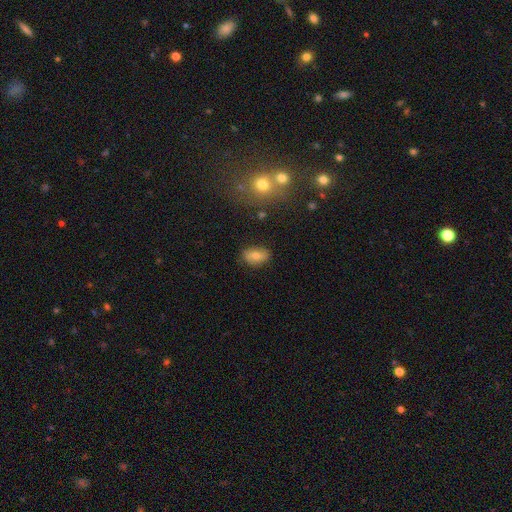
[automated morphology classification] smooth_or_featured: smooth (p=0.68) [alt: featured or disk p=0.22]
how_rounded: in between (p=0.82) [alt: round p=0.16]
merging: none (p=0.80) [alt: minor disturbance p=0.14]